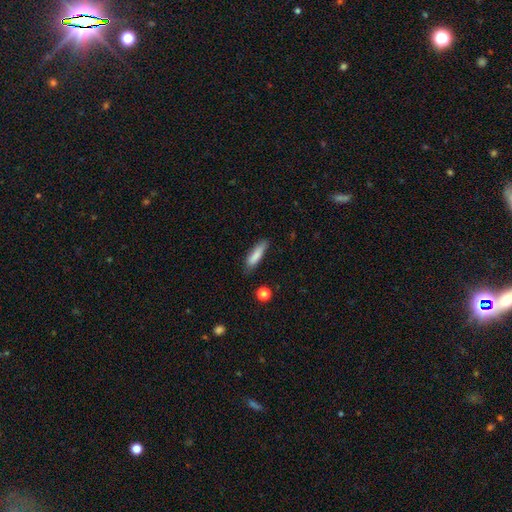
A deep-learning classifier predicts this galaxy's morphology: smooth 82%, featured or disk 11%, star or artifact 7%. Down the decision tree: how rounded — cigar-shaped (70%); merging — none (74%).